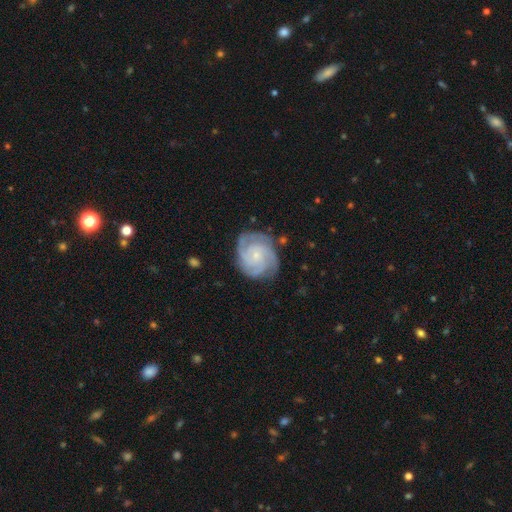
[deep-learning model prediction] featured or disk 85%, smooth 9%, star or artifact 5%. Down the decision tree: edge-on disk — no (98%); bar — no (73%); spiral arms — yes (97%); spiral arm count — 3 (44%); spiral winding — tight (65%); bulge size — small (75%); merging — none (76%).